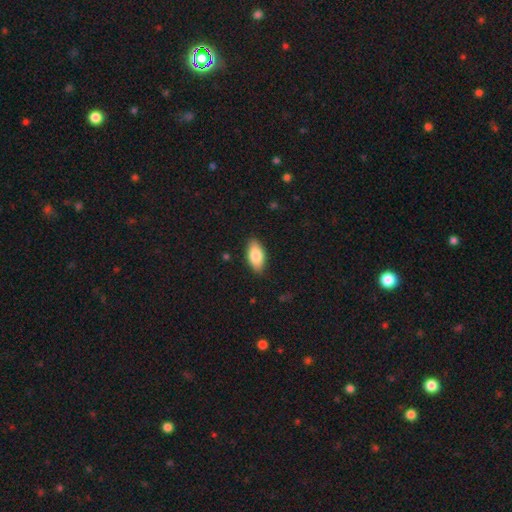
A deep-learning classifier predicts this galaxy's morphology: This is clearly a smooth galaxy (81%). How rounded: clearly in between (90%). Merging: clearly none (87%).